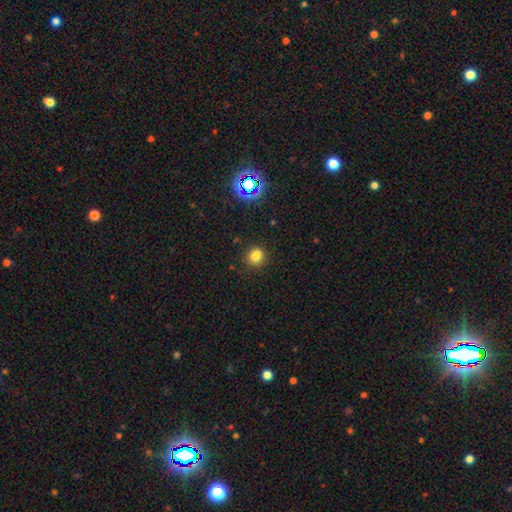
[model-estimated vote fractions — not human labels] Smooth or featured: smooth — 79% (star or artifact — 16%)
How rounded: round — 64% (in between — 35%)
Merging: none — 83% (minor disturbance — 11%)